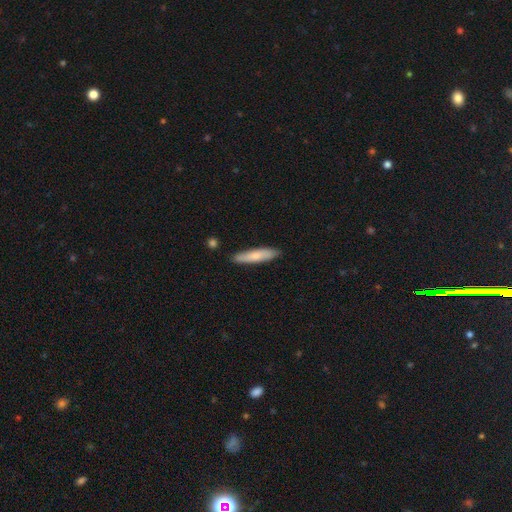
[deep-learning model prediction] smooth_or_featured: smooth (p=0.73) [alt: featured or disk p=0.21]
how_rounded: cigar-shaped (p=0.82) [alt: in between p=0.16]
merging: none (p=0.87) [alt: minor disturbance p=0.10]